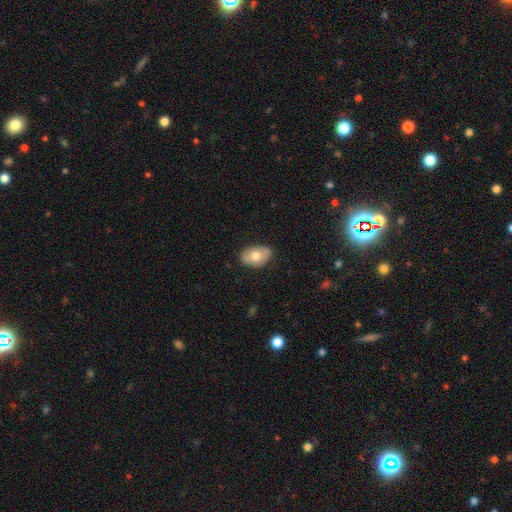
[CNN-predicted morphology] The model was most divided on "smooth or featured": smooth: 66%, featured or disk: 27%, star or artifact: 6%. More confident: how rounded — in between (86%); merging — none (80%).